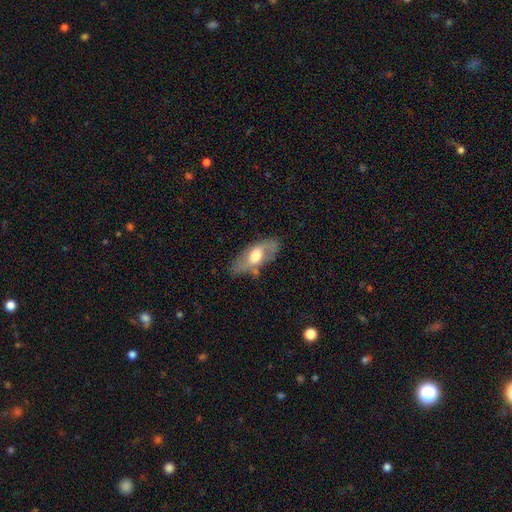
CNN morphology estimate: type=featured or disk (47%, tied with smooth); merging=none (67%).